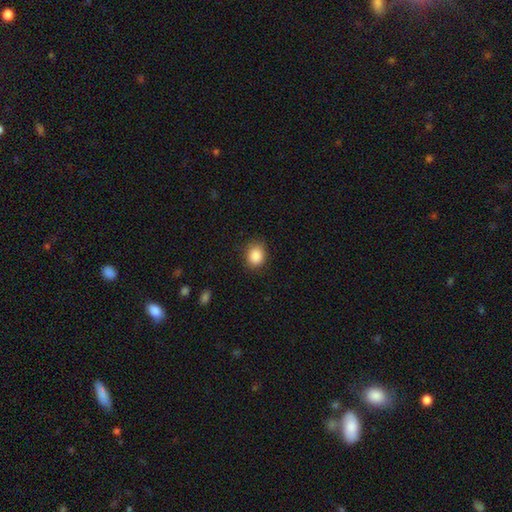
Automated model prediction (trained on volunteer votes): Smooth or featured? smooth (88%)
How rounded? round (62%)
Merging? none (83%)